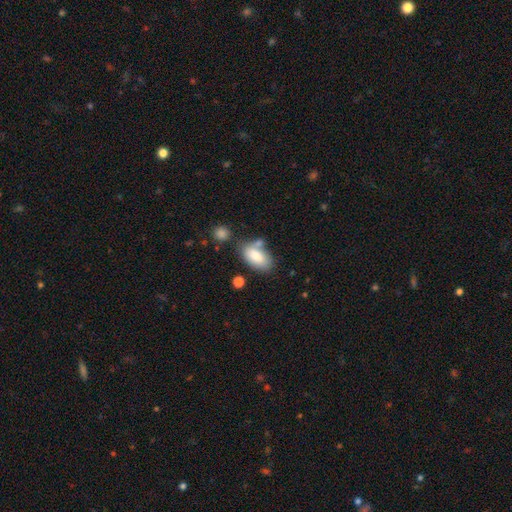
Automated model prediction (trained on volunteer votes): Overall: smooth (81%). How rounded: in between (93%). Merging: none (57%; merger 19%).